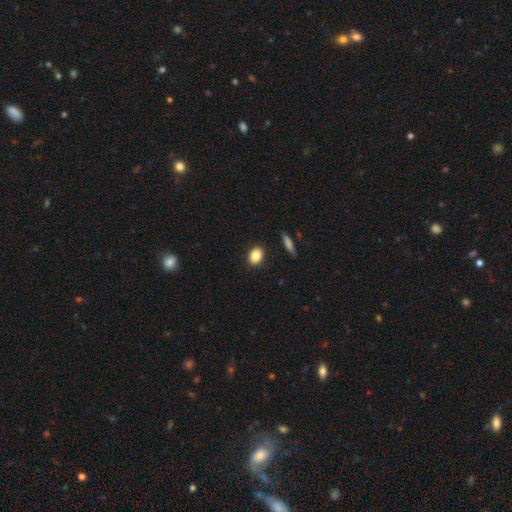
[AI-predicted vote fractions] Smooth or featured? smooth (85%)
How rounded? in between (59%)
Merging? none (89%)